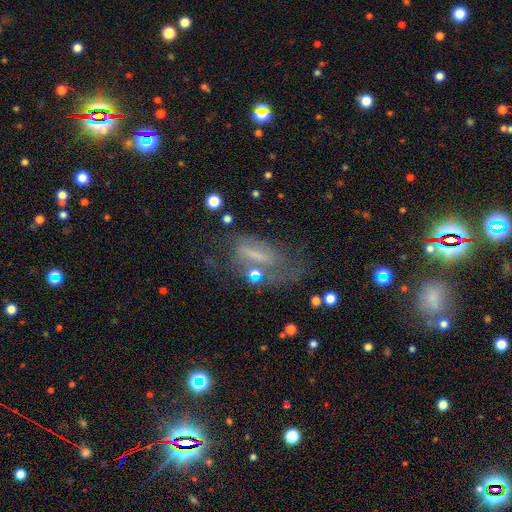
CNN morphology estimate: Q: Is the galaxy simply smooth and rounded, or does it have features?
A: featured or disk — 48%.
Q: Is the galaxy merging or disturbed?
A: none — 41%.